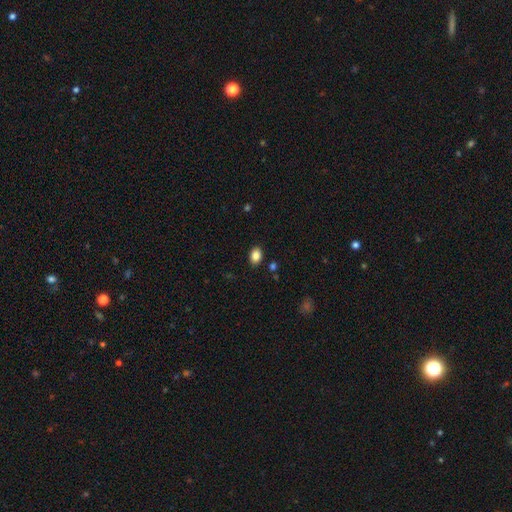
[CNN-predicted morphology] A smooth galaxy with no disk features (86%) that is in between round and cigar-shaped (76%). Merging: none (87%).